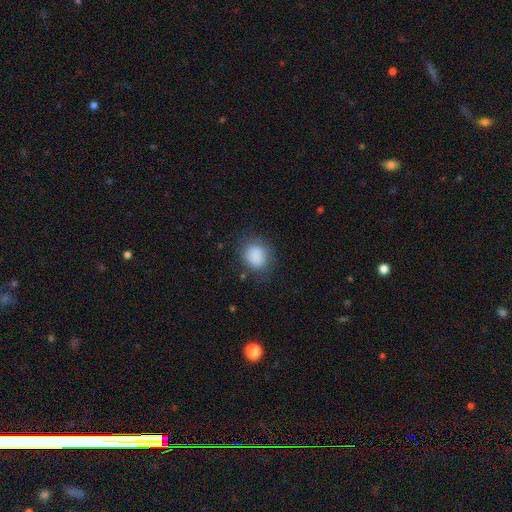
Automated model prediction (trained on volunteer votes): Smooth or featured? Predicted: smooth (p=0.86). How rounded? Predicted: round (p=0.63). Merging? Predicted: none (p=0.73).